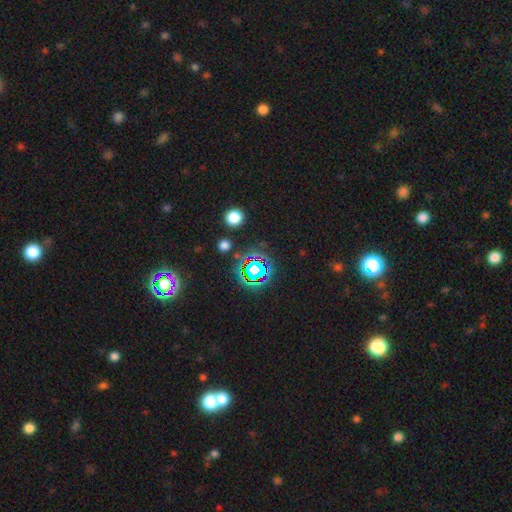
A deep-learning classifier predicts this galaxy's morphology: A star or artifact, not a galaxy (77%).

Vote fractions:
- Smooth or featured? star or artifact: 77% / smooth: 15% / featured or disk: 8%